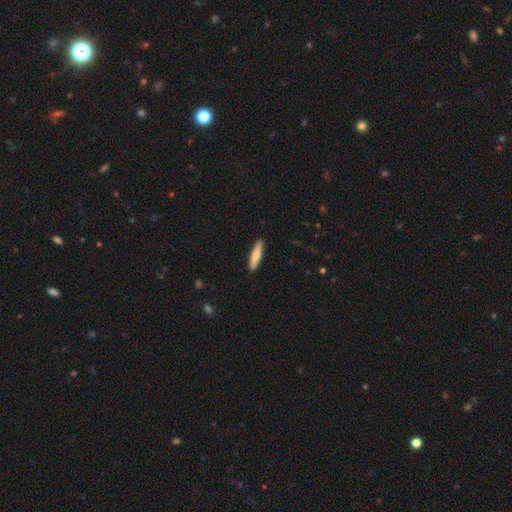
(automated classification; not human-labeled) The model was most divided on "smooth or featured": smooth: 75%, featured or disk: 20%, star or artifact: 5%. More confident: merging — none (91%); how rounded — cigar-shaped (83%).